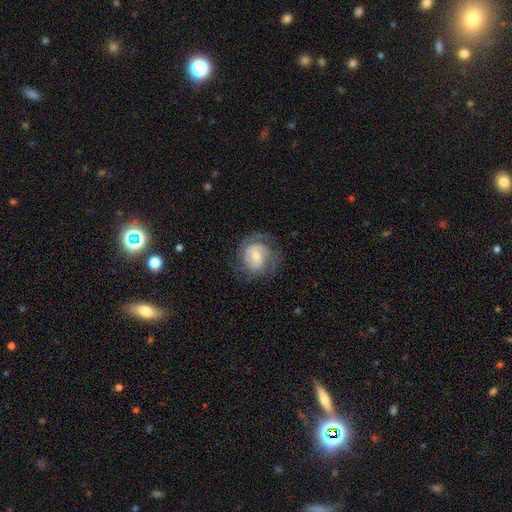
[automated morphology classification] This appears to be a featured or disk galaxy (77%) with no bar (53%), 2 (41%) tight (55%) spiral arms (90%) and a moderate central bulge (52%). Merging: none (68%).